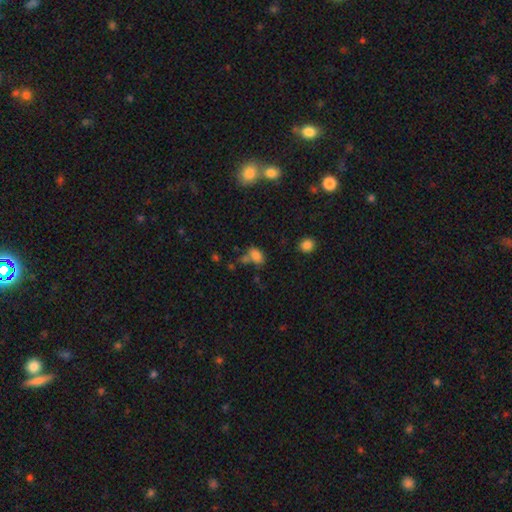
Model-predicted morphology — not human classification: This is likely a smooth galaxy (78%). How rounded: clearly in between (81%). Merging: possibly none (49%).